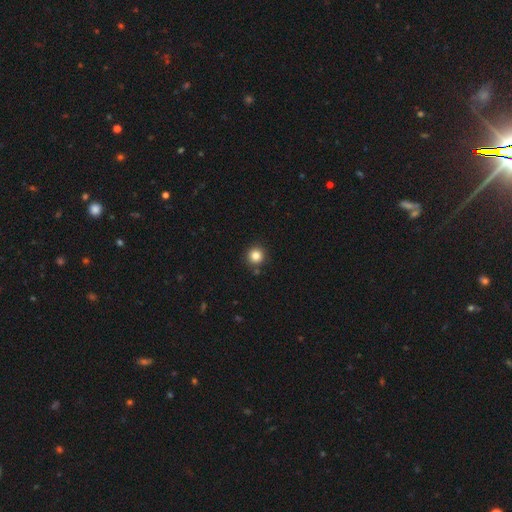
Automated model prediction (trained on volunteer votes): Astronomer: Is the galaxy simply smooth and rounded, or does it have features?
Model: smooth — 83%.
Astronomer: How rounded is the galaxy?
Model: round — 95%.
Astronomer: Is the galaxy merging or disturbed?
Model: none — 88%.